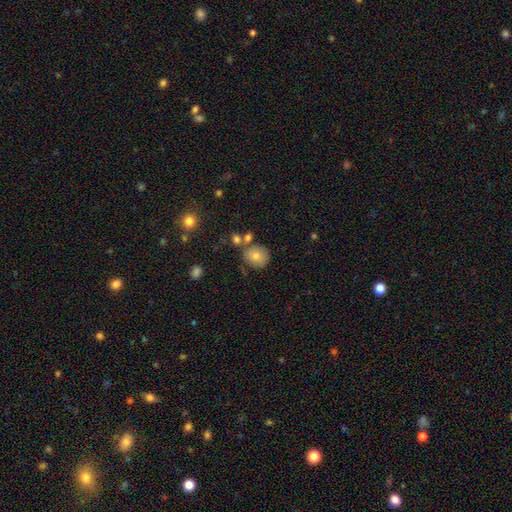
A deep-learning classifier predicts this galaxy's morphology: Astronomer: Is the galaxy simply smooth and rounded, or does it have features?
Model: smooth — 71%.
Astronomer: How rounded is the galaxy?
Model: round — 73%.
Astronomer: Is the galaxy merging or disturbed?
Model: none — 70%.